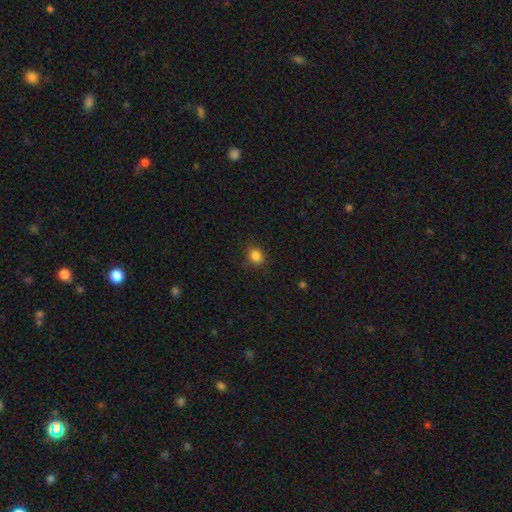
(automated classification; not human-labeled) Smooth or featured? Predicted: smooth (p=0.84). How rounded? Predicted: round (p=0.72). Merging? Predicted: none (p=0.84).